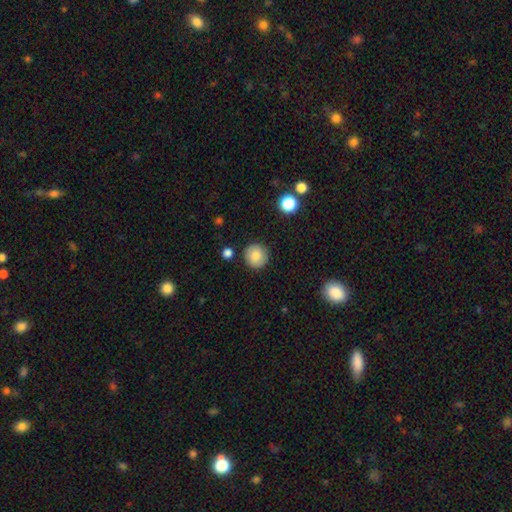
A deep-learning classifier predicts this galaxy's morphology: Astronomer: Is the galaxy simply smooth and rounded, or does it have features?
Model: smooth — 82%.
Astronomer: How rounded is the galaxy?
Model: round — 94%.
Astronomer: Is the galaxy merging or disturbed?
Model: none — 89%.